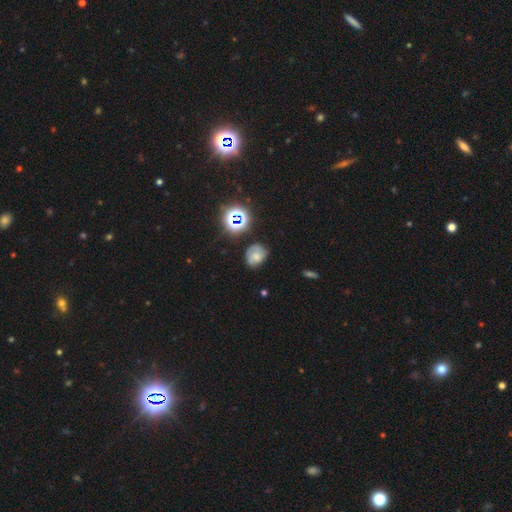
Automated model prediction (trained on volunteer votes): Smooth or featured? smooth (50%)
Merging? none (62%)